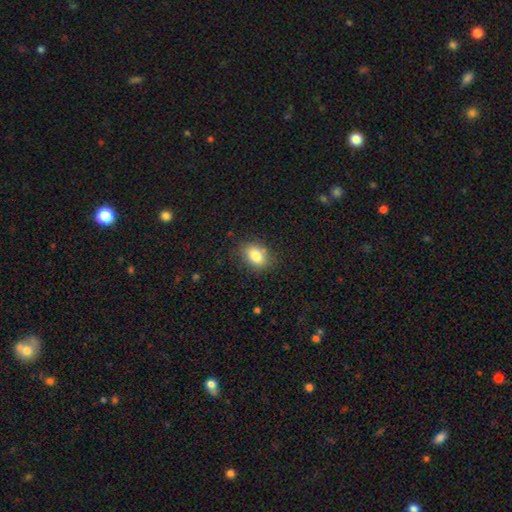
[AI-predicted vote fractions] Smooth or featured? Predicted: smooth (p=0.81). How rounded? Predicted: in between (p=0.69). Merging? Predicted: none (p=0.79).